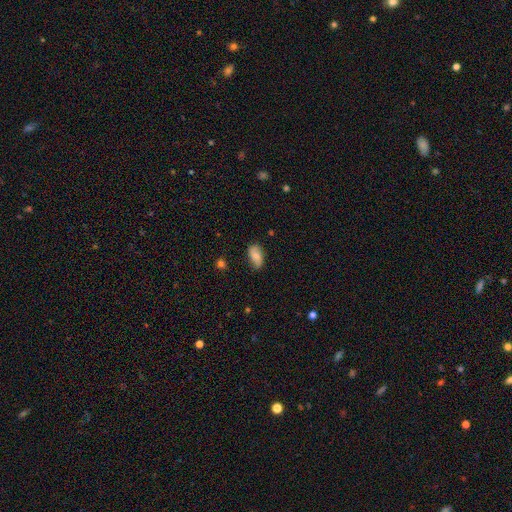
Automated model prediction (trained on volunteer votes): smooth 68%, featured or disk 24%, star or artifact 8%. Down the decision tree: how rounded — in between (92%); merging — none (72%).